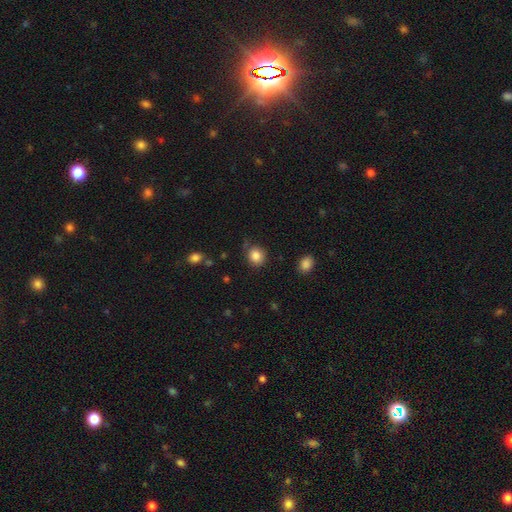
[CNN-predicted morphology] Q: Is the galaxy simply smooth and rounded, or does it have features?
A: smooth — 84%.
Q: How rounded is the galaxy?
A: round — 82%.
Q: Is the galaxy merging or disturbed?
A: none — 81%.